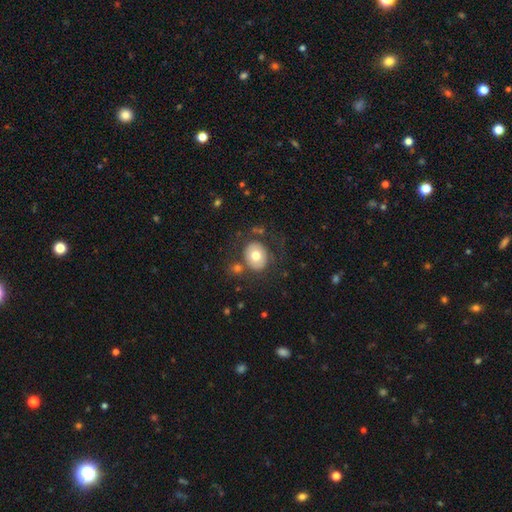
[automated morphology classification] Smooth or featured?
  - smooth: 72% *
  - featured or disk: 20%
  - star or artifact: 8%
How rounded?
  - round: 61% *
  - in between: 38%
  - cigar-shaped: 1%
Merging?
  - none: 71% *
  - minor disturbance: 13%
  - major disturbance: 8%
  - merger: 8%